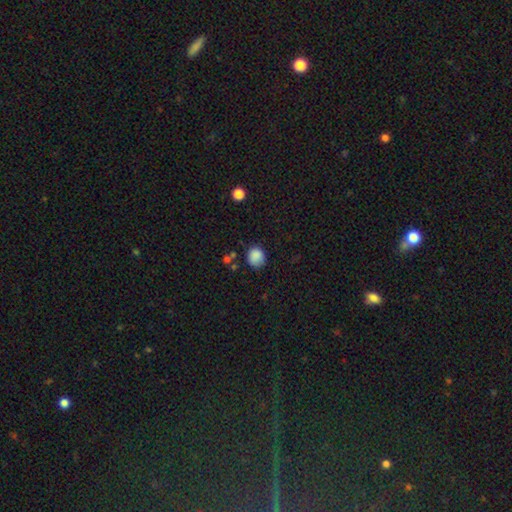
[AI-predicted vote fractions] A smooth galaxy with no disk features (86%) that is round (80%).

Vote fractions:
- Smooth or featured? smooth: 86% / star or artifact: 9% / featured or disk: 4%
- How rounded? round: 80% / in between: 19% / cigar-shaped: 1%
- Merging? none: 72% / minor disturbance: 20% / major disturbance: 5% / merger: 4%